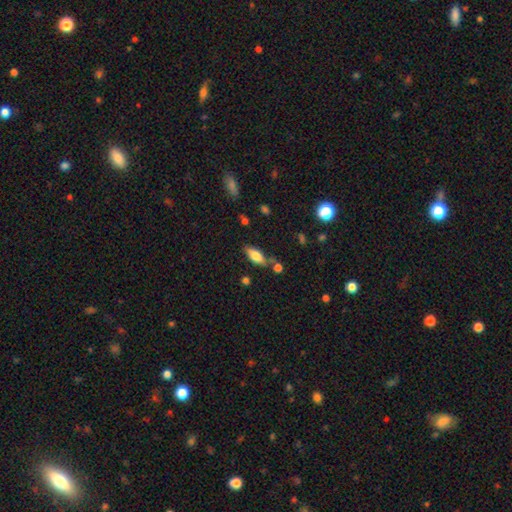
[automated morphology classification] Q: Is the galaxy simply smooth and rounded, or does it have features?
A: smooth — 71%.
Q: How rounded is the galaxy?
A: in between — 76%.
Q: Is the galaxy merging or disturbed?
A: none — 68%.